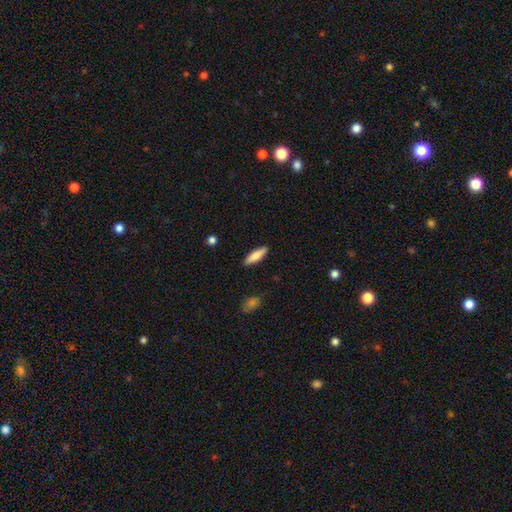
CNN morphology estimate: A smooth galaxy with no disk features (76%) that is cigar-shaped (60%). Merging: none (89%).